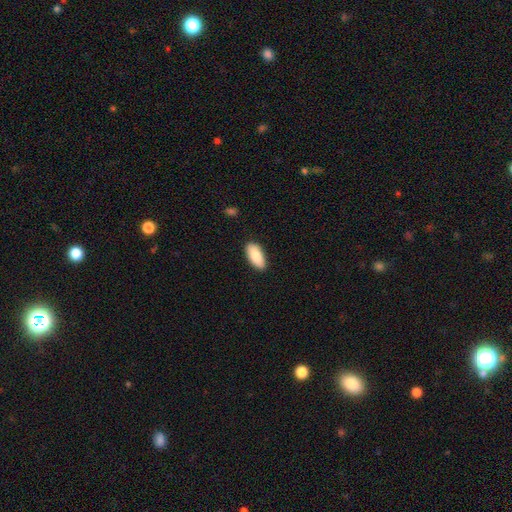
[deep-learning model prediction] A smooth galaxy with no disk features (88%) that is in between round and cigar-shaped (90%). Merging: none (87%).